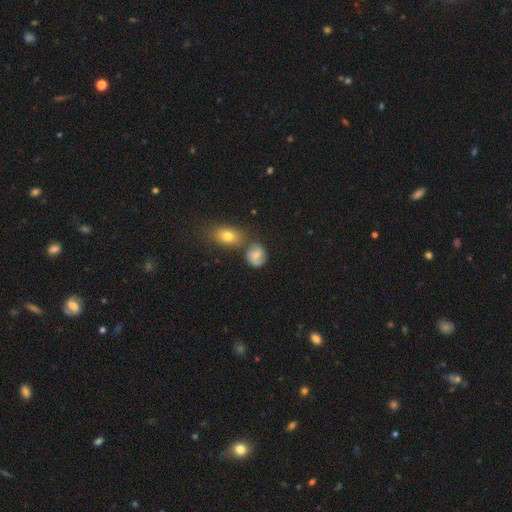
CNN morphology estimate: A smooth galaxy with no disk features (52%) that is round (58%).

Vote fractions:
- Smooth or featured? smooth: 52% / featured or disk: 38% / star or artifact: 10%
- How rounded? round: 58% / in between: 40% / cigar-shaped: 2%
- Merging? none: 62% / minor disturbance: 18% / merger: 15% / major disturbance: 6%